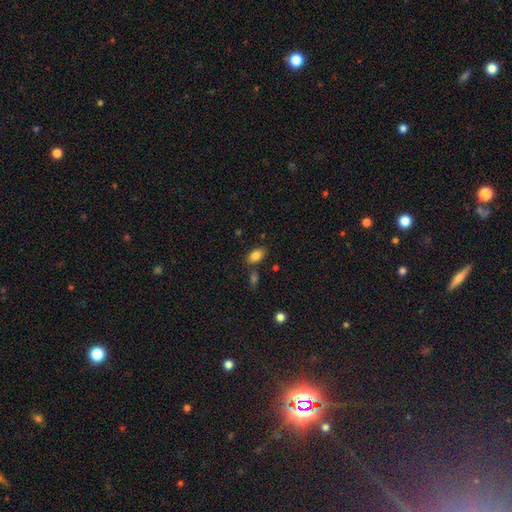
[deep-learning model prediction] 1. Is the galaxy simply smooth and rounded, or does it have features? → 84% smooth, 9% star or artifact, 8% featured or disk.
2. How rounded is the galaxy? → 92% in between, 6% round, 2% cigar-shaped.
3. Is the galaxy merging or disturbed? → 77% none, 11% minor disturbance, 8% merger, 3% major disturbance.